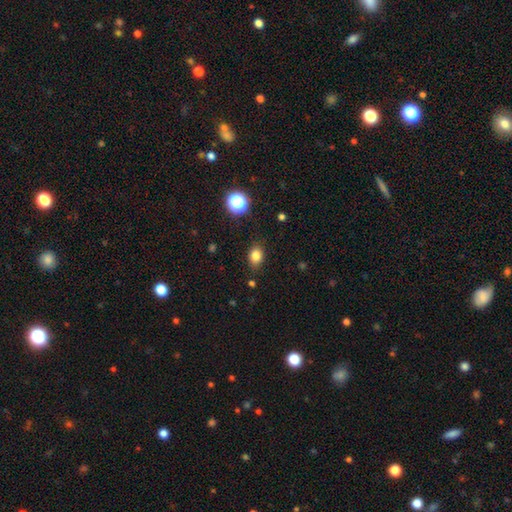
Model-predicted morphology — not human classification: Smooth or featured? smooth (82%)
How rounded? in between (64%)
Merging? none (84%)